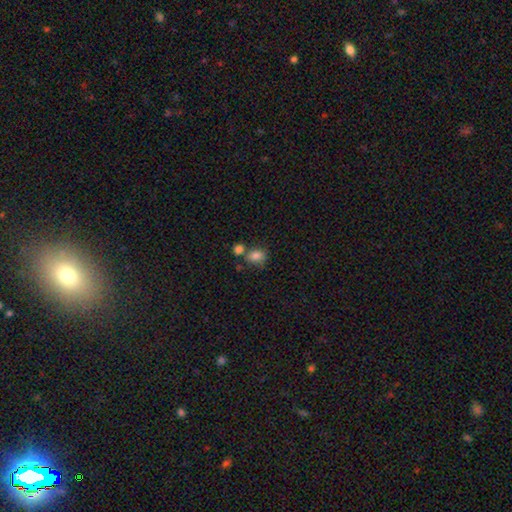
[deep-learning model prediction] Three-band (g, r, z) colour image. It shows a smooth galaxy with no disk features (82%) that is in between round and cigar-shaped (67%). Merging: none (47%).